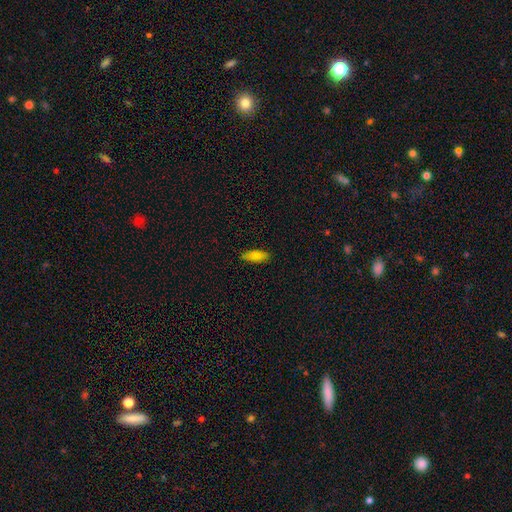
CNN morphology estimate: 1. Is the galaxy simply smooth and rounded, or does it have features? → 85% smooth, 8% star or artifact, 7% featured or disk.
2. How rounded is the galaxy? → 74% in between, 24% cigar-shaped, 2% round.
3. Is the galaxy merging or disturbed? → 86% none, 11% minor disturbance, 2% major disturbance, 1% merger.